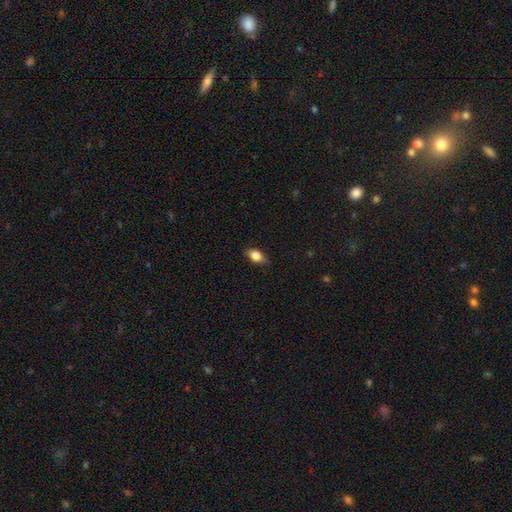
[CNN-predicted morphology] Smooth or featured? smooth (80%)
How rounded? in between (82%)
Merging? none (81%)